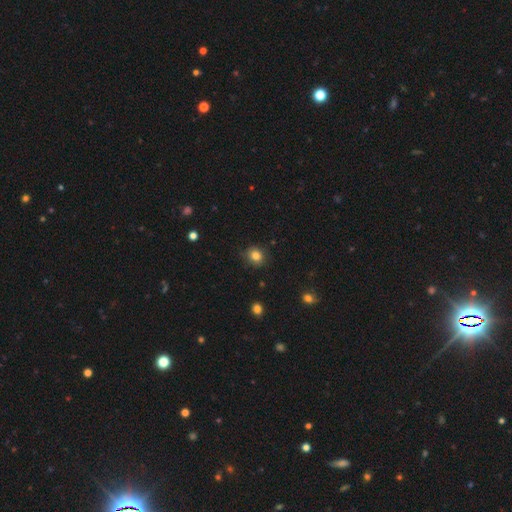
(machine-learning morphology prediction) smooth_or_featured: smooth (p=0.83) [alt: star or artifact p=0.11]
how_rounded: round (p=0.76) [alt: in between p=0.23]
merging: none (p=0.85) [alt: minor disturbance p=0.12]